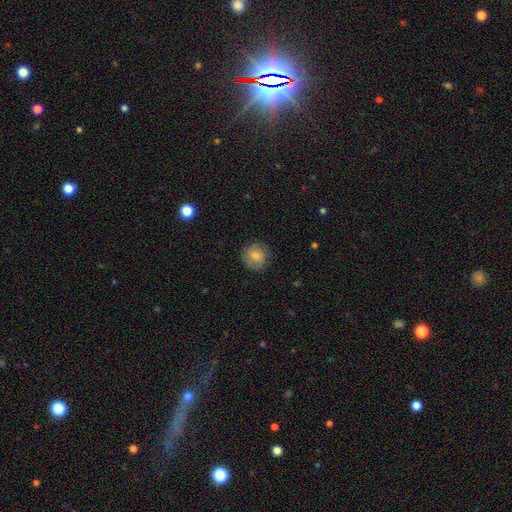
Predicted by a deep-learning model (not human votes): Smooth or featured?
  - smooth: 72% *
  - featured or disk: 20%
  - star or artifact: 8%
How rounded?
  - round: 89% *
  - in between: 10%
  - cigar-shaped: 1%
Merging?
  - none: 82% *
  - minor disturbance: 13%
  - major disturbance: 4%
  - merger: 1%